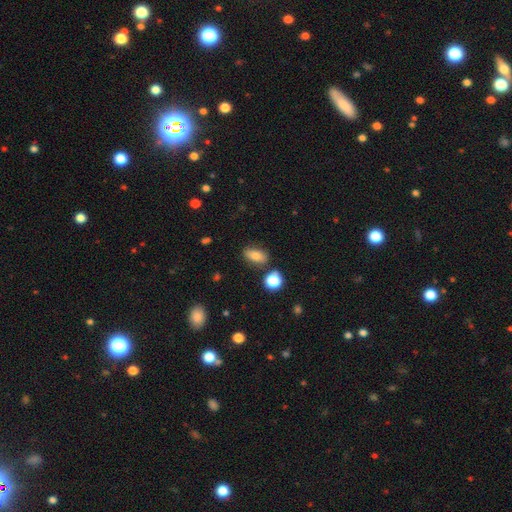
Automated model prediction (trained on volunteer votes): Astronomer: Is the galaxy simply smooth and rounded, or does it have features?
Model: smooth — 78%.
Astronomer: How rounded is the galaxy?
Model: in between — 83%.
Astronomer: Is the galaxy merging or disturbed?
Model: none — 79%.